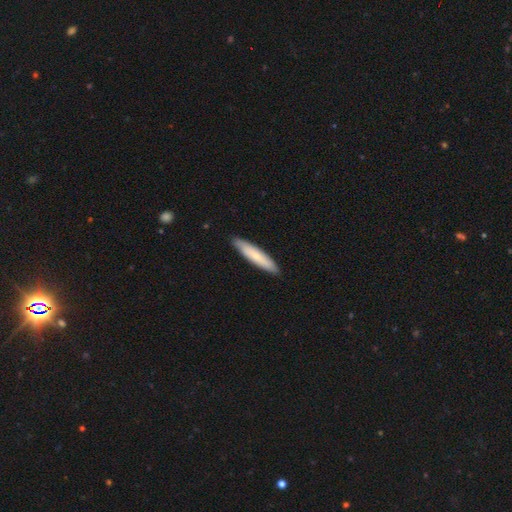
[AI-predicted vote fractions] This is likely a smooth galaxy (73%). How rounded: clearly cigar-shaped (86%). Merging: clearly none (91%).